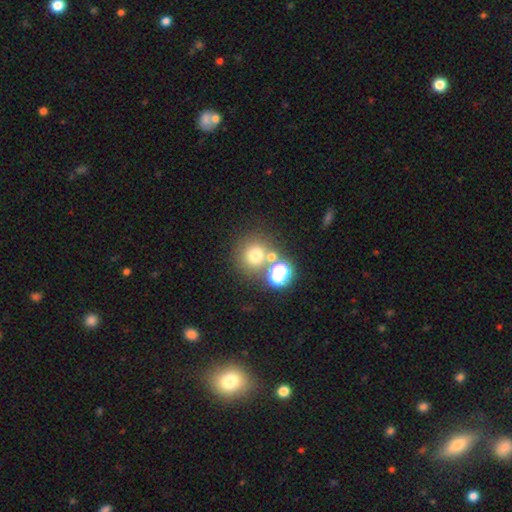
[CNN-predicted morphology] Smooth or featured? smooth (68%)
How rounded? round (90%)
Merging? none (62%)